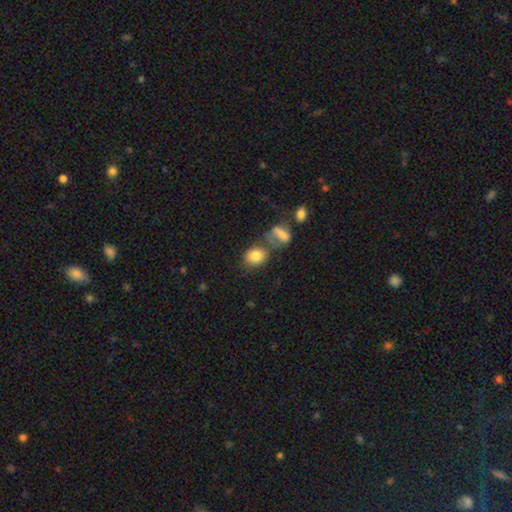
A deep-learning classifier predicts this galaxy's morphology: Smooth or featured? smooth (82%)
How rounded? in between (55%)
Merging? none (50%)